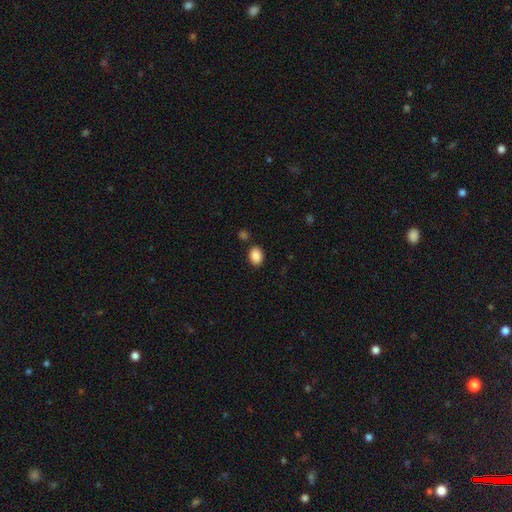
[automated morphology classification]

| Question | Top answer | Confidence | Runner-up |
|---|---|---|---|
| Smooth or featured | smooth | 88% | star or artifact (8%) |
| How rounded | in between | 74% | round (25%) |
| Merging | none | 84% | minor disturbance (9%) |